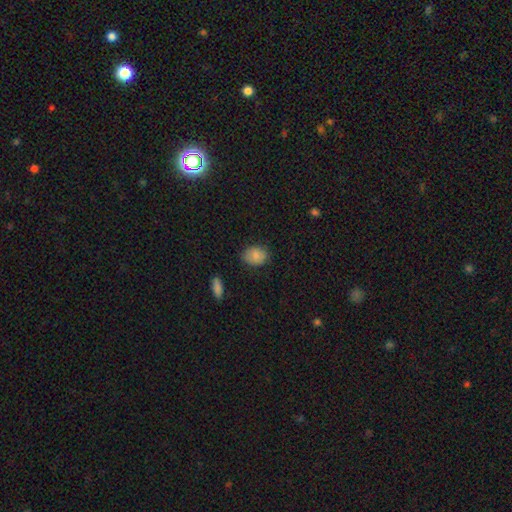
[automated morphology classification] type=smooth (85%); roundness=in between (64%); merging=none (79%).